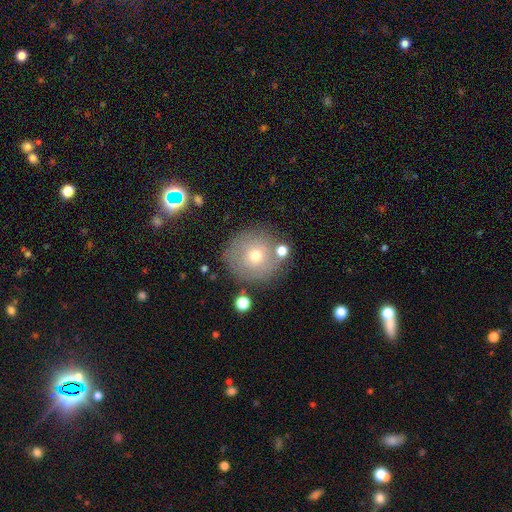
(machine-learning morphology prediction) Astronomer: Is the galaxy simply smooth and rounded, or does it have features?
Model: smooth — 59%.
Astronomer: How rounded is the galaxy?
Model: round — 93%.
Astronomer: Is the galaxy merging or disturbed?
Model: none — 77%.